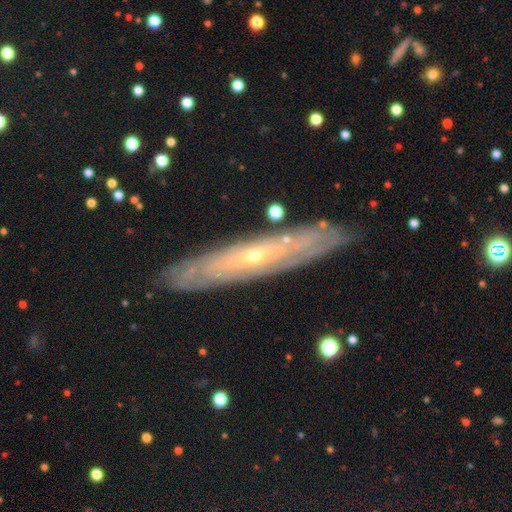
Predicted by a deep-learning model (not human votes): Q: Smooth or featured?
A: featured or disk (78%); runner-up: smooth (14%)
Q: Edge-on disk?
A: yes (51%); runner-up: no (49%)
Q: Merging?
A: none (86%); runner-up: minor disturbance (10%)